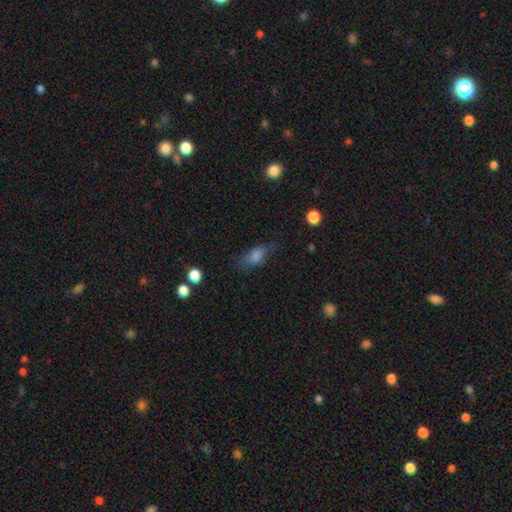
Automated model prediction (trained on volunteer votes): A smooth galaxy with no disk features (68%) that is in between round and cigar-shaped (69%). Merging: none (71%).